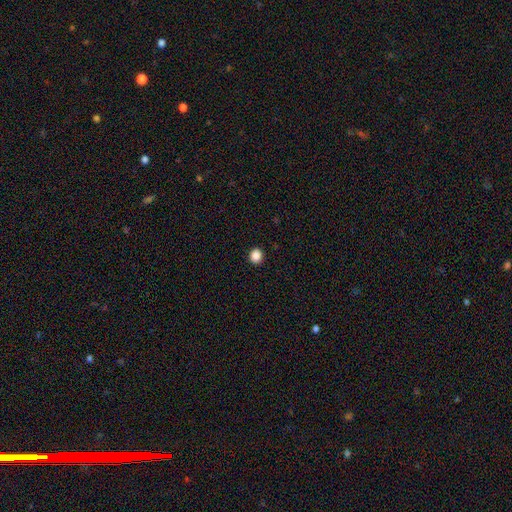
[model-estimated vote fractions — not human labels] A smooth galaxy with no disk features (88%) that is round (79%). Merging: none (93%).